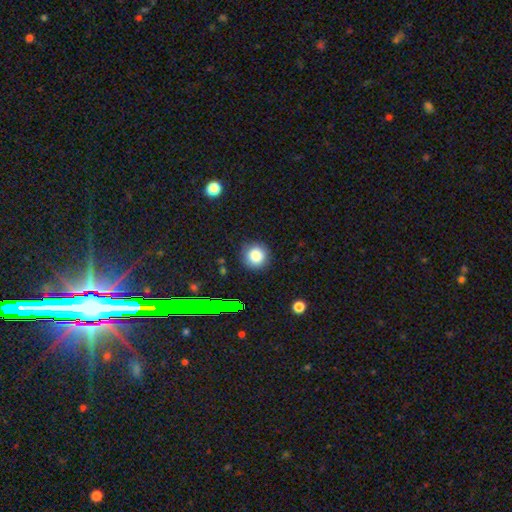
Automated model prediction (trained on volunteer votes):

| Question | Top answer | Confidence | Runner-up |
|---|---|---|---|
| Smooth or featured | smooth | 82% | star or artifact (12%) |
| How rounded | round | 92% | in between (7%) |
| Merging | none | 88% | minor disturbance (8%) |